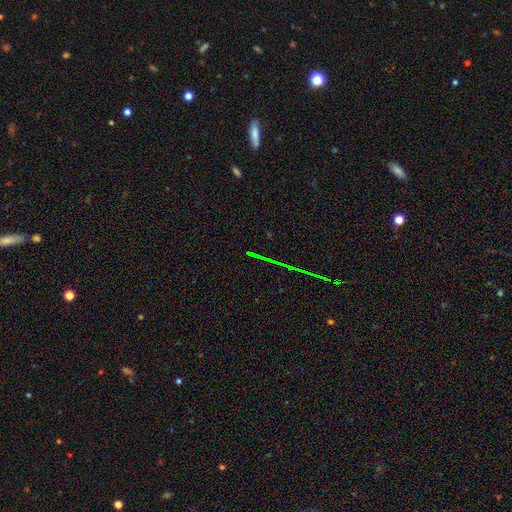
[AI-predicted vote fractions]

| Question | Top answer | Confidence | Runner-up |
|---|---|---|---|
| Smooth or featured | star or artifact | 77% | featured or disk (13%) |